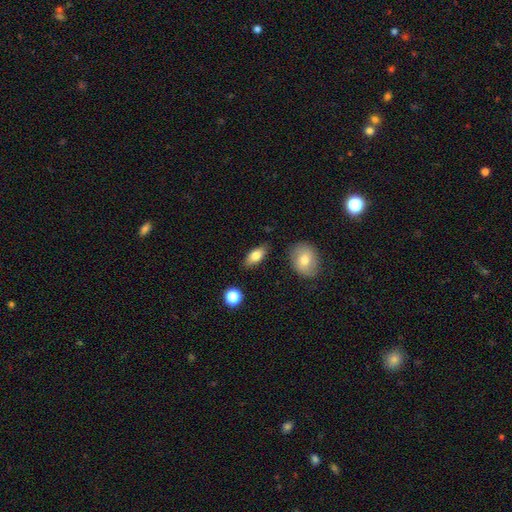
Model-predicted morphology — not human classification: smooth-or-featured: smooth: 78% | featured or disk: 14% | star or artifact: 7%
  how-rounded: in between: 84% | cigar-shaped: 11% | round: 5%
  merging: none: 83% | minor disturbance: 11% | merger: 3% | major disturbance: 3%